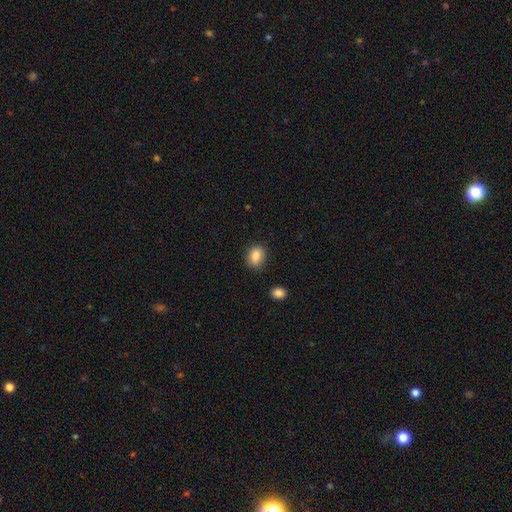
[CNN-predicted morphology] The model was most divided on "how rounded": in between: 62%, round: 37%, cigar-shaped: 1%. More confident: smooth or featured — smooth (86%); merging — none (82%).